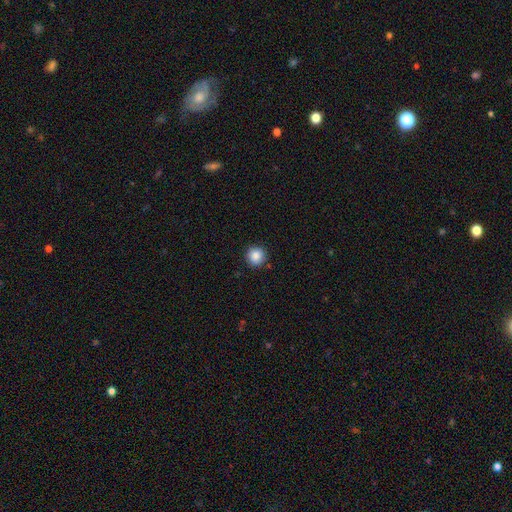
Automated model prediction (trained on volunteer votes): Smooth or featured: smooth — 87% (star or artifact — 9%)
How rounded: round — 94% (in between — 5%)
Merging: none — 90% (minor disturbance — 7%)